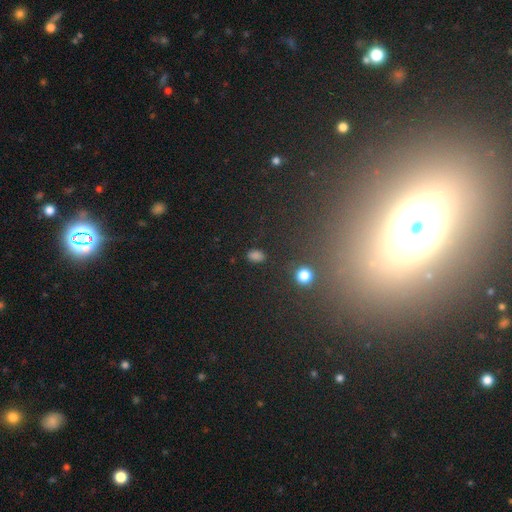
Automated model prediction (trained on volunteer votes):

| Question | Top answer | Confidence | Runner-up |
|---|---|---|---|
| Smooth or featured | smooth | 71% | star or artifact (23%) |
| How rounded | in between | 72% | round (25%) |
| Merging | none | 85% | minor disturbance (9%) |